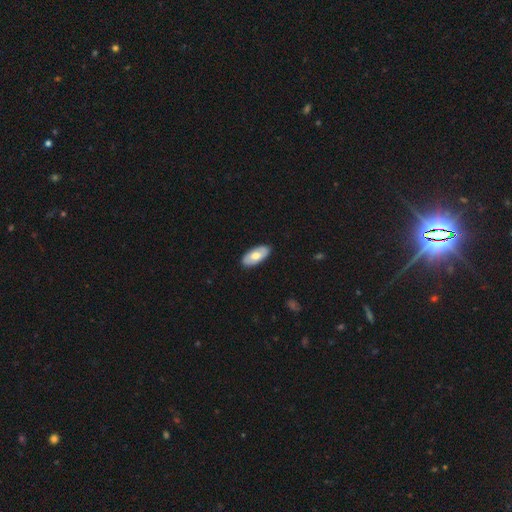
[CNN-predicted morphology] Q: Smooth or featured?
A: smooth (64%); runner-up: featured or disk (31%)
Q: How rounded?
A: in between (92%); runner-up: cigar-shaped (6%)
Q: Merging?
A: none (89%); runner-up: minor disturbance (8%)